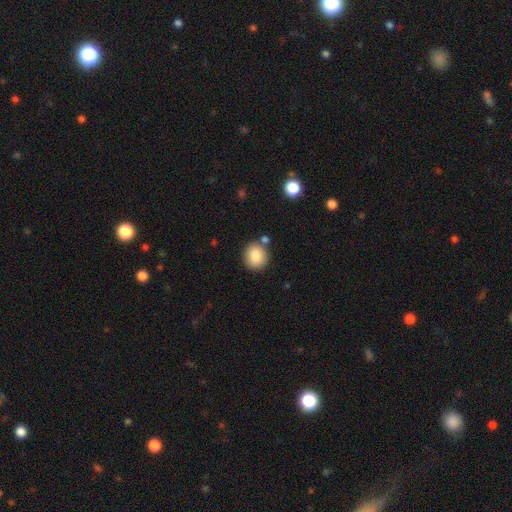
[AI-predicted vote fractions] Smooth or featured? Predicted: smooth (p=0.85). How rounded? Predicted: round (p=0.85). Merging? Predicted: none (p=0.77).